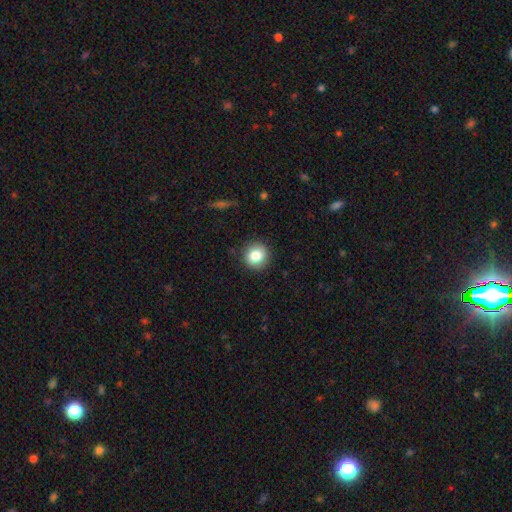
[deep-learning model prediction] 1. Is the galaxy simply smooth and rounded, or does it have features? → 82% smooth, 9% star or artifact, 8% featured or disk.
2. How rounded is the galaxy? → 92% round, 7% in between, 1% cigar-shaped.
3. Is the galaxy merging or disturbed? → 90% none, 7% minor disturbance, 2% major disturbance, 1% merger.